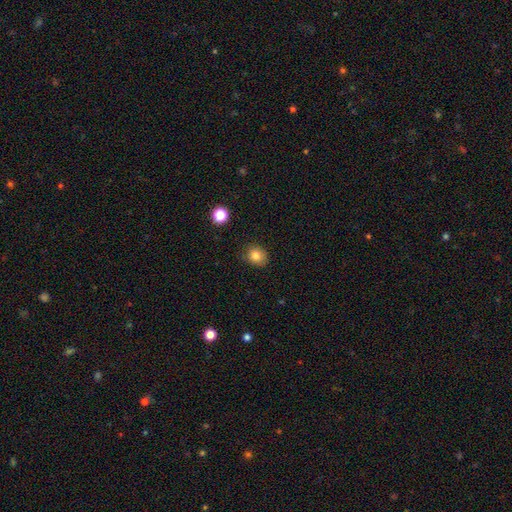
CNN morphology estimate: Q: Smooth or featured?
A: smooth (81%); runner-up: star or artifact (12%)
Q: How rounded?
A: round (69%); runner-up: in between (30%)
Q: Merging?
A: none (83%); runner-up: minor disturbance (13%)